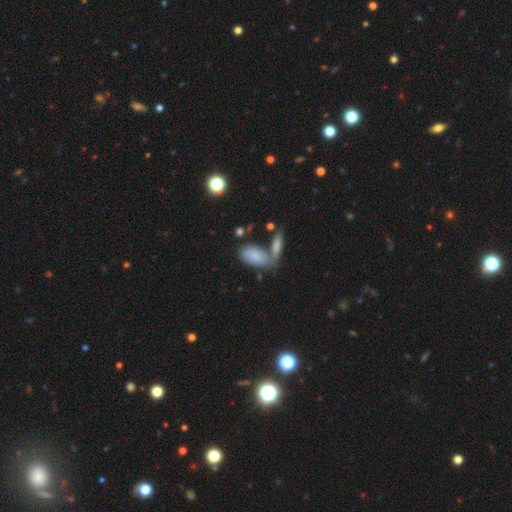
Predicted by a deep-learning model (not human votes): A smooth galaxy with no disk features (76%) that is in between round and cigar-shaped (91%). Merging: merger (42%).